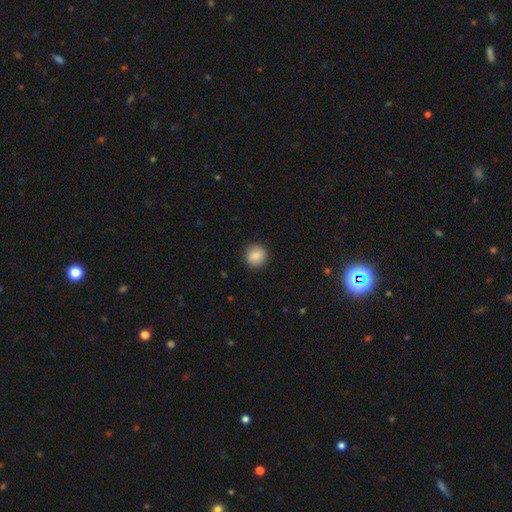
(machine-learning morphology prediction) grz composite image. It shows a smooth galaxy with no disk features (87%) that is round (92%). Merging: none (92%).